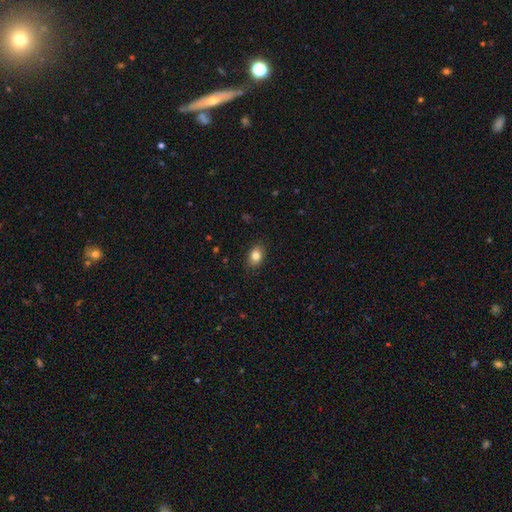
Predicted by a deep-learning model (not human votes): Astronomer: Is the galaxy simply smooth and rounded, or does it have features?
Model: smooth — 83%.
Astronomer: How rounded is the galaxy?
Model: in between — 77%.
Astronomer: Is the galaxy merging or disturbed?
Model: none — 86%.